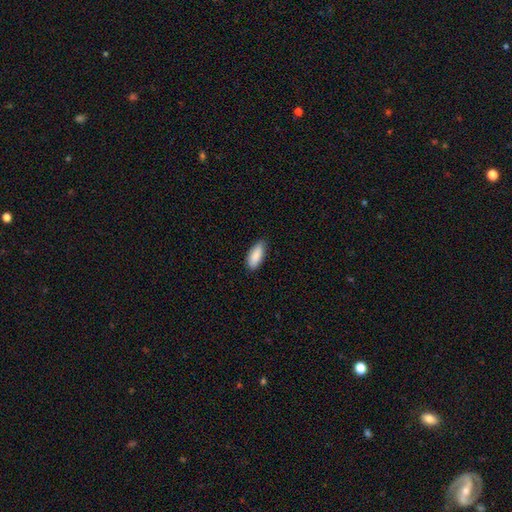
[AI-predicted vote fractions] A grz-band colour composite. It shows a smooth galaxy with no disk features (88%) that is in between round and cigar-shaped (81%). Merging: none (84%).